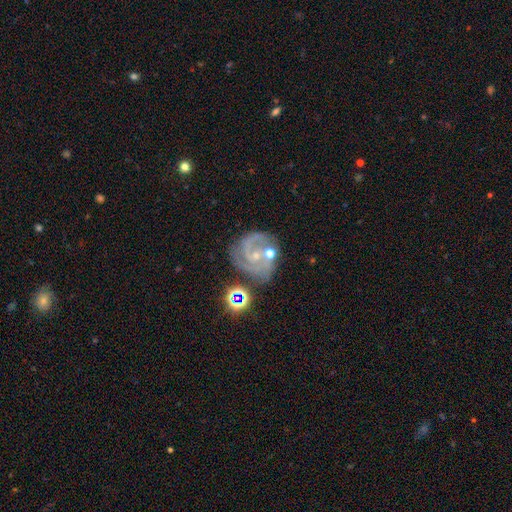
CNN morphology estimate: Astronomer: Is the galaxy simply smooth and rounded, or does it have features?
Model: featured or disk — 82%.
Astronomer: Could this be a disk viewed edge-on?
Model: no — 98%.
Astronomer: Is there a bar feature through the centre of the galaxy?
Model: no — 51% (runner-up: weak, 39%).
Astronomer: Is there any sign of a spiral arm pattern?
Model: yes — 96%.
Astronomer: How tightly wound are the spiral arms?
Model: medium — 45% (runner-up: tight, 44%).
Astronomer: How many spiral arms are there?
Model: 2 — 45% (runner-up: 3, 25%).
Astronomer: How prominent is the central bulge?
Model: small — 73%.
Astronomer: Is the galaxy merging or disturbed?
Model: none — 58%.